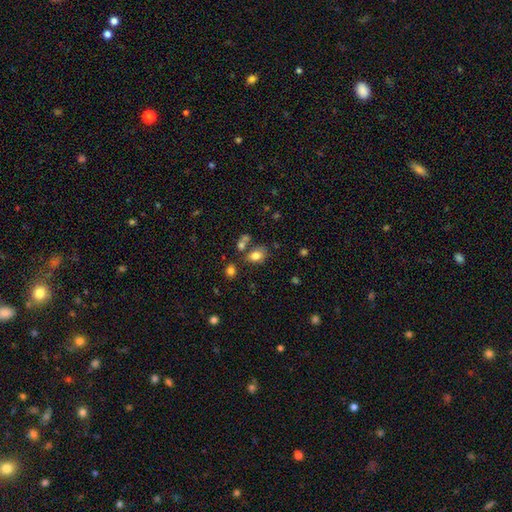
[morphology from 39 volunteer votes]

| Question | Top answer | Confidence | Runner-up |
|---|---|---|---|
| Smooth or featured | smooth | 77% | featured or disk (13%) |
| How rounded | in between | 80% | round (20%) |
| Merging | none | 51% | minor disturbance (31%) |